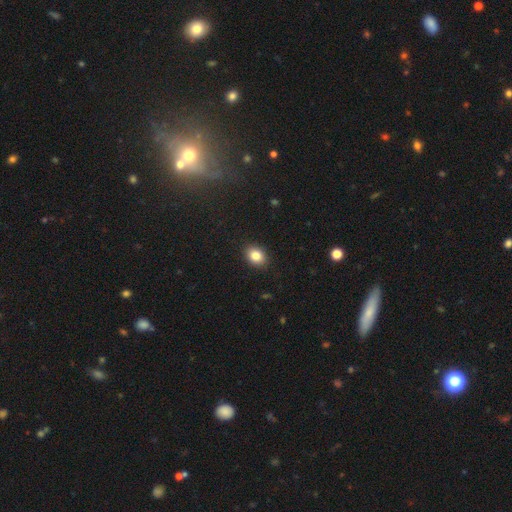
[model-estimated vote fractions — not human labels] Smooth or featured? Predicted: smooth (p=0.84). How rounded? Predicted: in between (p=0.59). Merging? Predicted: none (p=0.89).